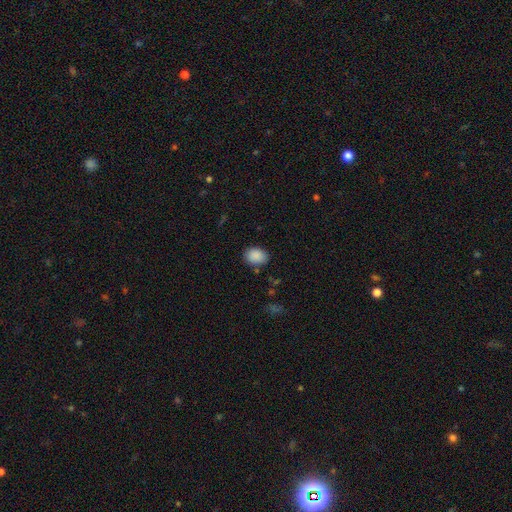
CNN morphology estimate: Overall: smooth (89%). How rounded: in between (68%; round 32%). Merging: none (82%).